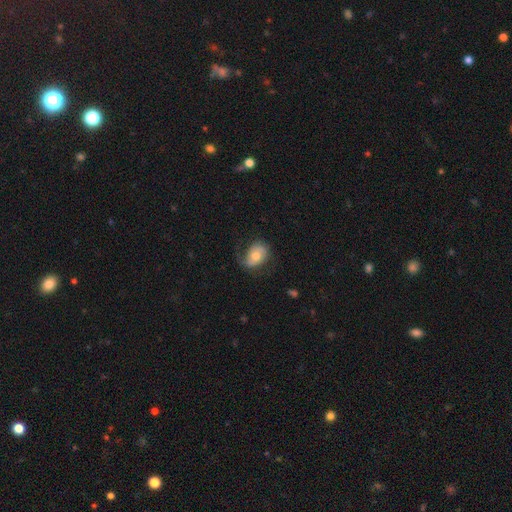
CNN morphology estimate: A featured or disk galaxy (48%).

Vote fractions:
- Smooth or featured? featured or disk: 48% / smooth: 45% / star or artifact: 8%
- Merging? none: 54% / minor disturbance: 27% / major disturbance: 17% / merger: 2%